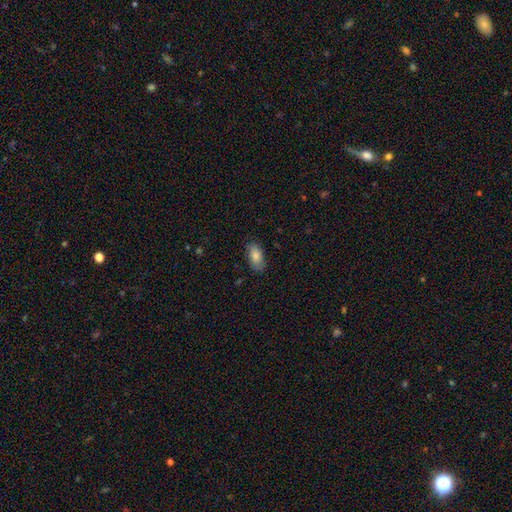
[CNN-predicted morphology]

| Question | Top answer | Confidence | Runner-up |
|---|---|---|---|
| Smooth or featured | smooth | 83% | featured or disk (11%) |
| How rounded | in between | 92% | cigar-shaped (5%) |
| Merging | none | 82% | minor disturbance (14%) |